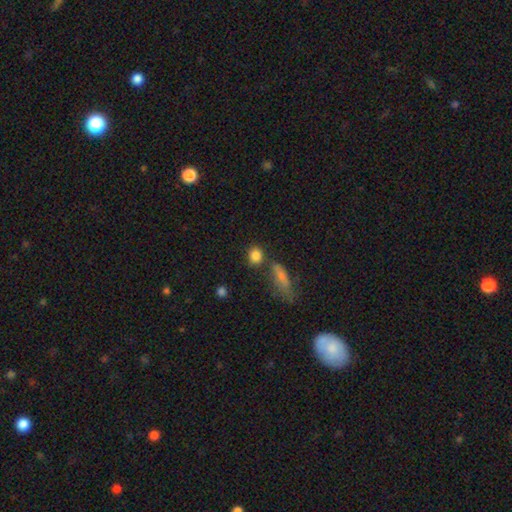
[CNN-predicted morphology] A smooth galaxy with no disk features (85%) that is round (70%). Merging: none (71%).